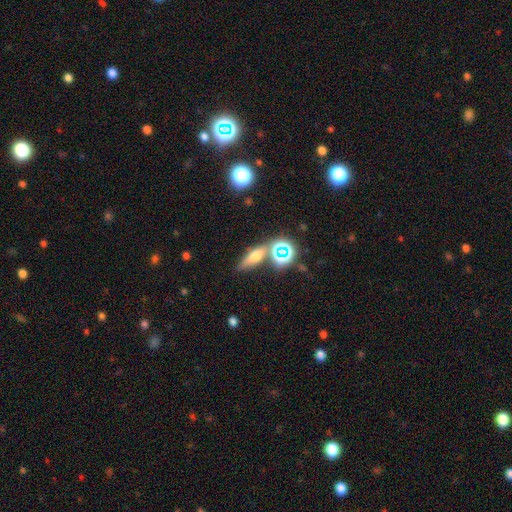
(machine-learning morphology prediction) This is possibly a smooth galaxy (51%). How rounded: marginally in between (42%, tied with cigar-shaped). Merging: likely none (70%).